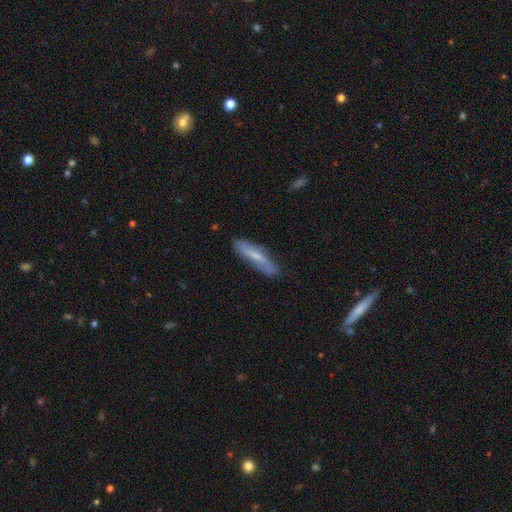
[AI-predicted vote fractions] Smooth or featured? Predicted: smooth (p=0.47). Merging? Predicted: none (p=0.82).